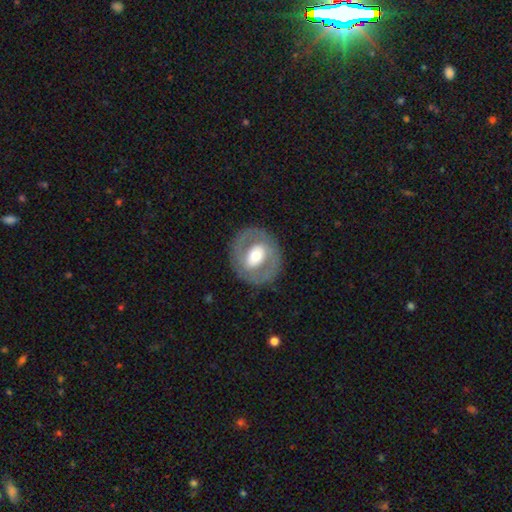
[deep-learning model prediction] A featured or disk galaxy (61%) with no bar (42%), no spiral arms (66%) and a moderate central bulge (62%). Merging: none (83%).